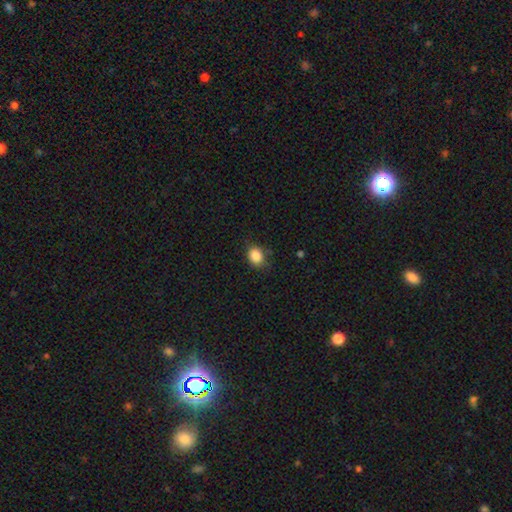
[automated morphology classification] Q: Smooth or featured?
A: smooth (86%); runner-up: star or artifact (9%)
Q: How rounded?
A: in between (53%); runner-up: round (46%)
Q: Merging?
A: none (77%); runner-up: minor disturbance (18%)